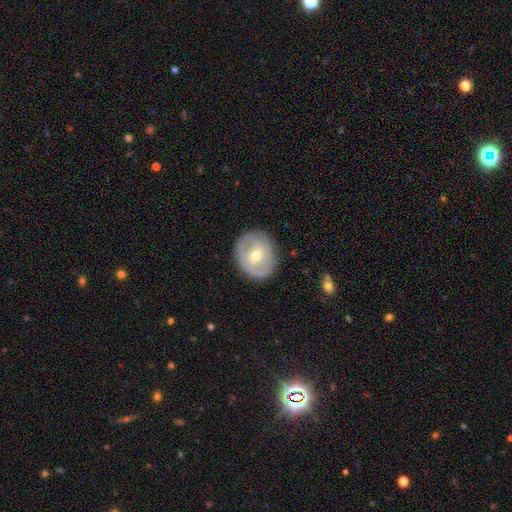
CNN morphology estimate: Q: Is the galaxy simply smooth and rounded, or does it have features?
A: featured or disk — 64%.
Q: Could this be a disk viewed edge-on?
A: no — 96%.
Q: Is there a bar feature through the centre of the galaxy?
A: weak — 44%.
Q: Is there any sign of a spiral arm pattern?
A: yes — 66%.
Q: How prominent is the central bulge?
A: moderate — 63%.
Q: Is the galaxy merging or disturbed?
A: none — 81%.